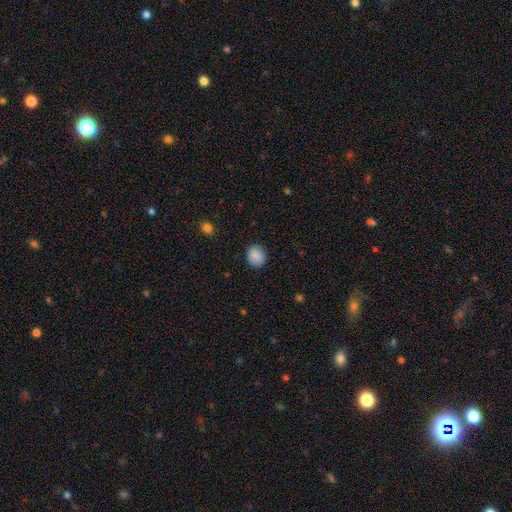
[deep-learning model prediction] Smooth or featured: smooth — 89% (star or artifact — 8%)
How rounded: round — 74% (in between — 25%)
Merging: none — 89% (minor disturbance — 7%)